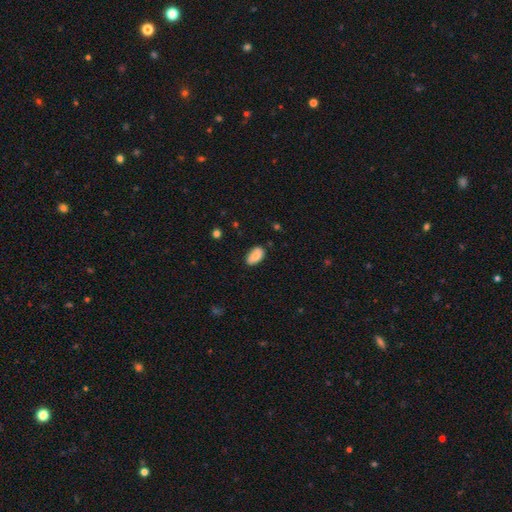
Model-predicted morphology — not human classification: The model was most divided on "merging": none: 77%, minor disturbance: 18%, major disturbance: 3%, merger: 2%. More confident: how rounded — in between (93%); smooth or featured — smooth (78%).